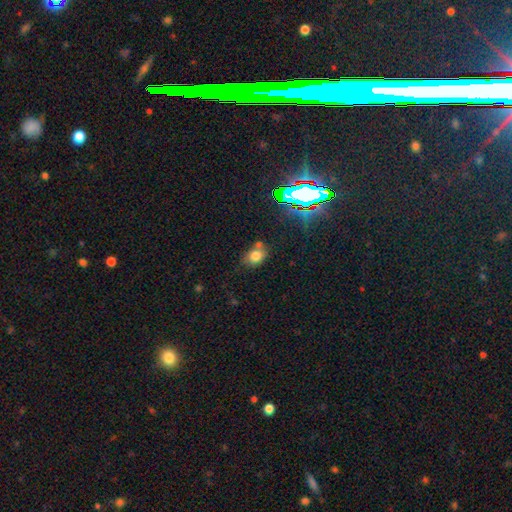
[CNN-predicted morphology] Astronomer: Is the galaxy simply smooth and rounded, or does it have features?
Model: smooth — 75%.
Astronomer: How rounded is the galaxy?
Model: in between — 55% (runner-up: round, 43%).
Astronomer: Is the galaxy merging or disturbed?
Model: none — 57%.